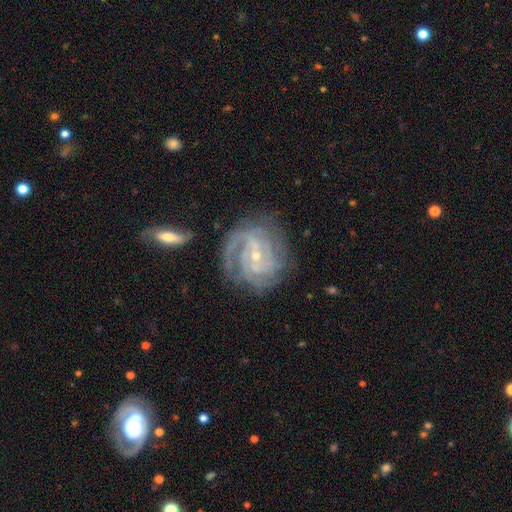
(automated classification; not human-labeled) Overall: featured or disk (89%). Edge-on disk: no (97%). Bar: weak (41%; no 40%). Spiral arms: yes (98%). Spiral arm count: 3 (29%; 4 20%). Spiral winding: tight (66%; medium 28%). Bulge size: small (76%). Merging: none (70%).